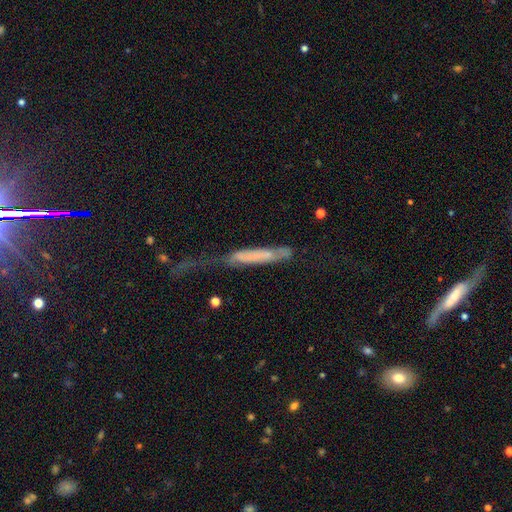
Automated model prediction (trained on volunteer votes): Smooth or featured? Predicted: smooth (p=0.48). Merging? Predicted: major disturbance (p=0.41).